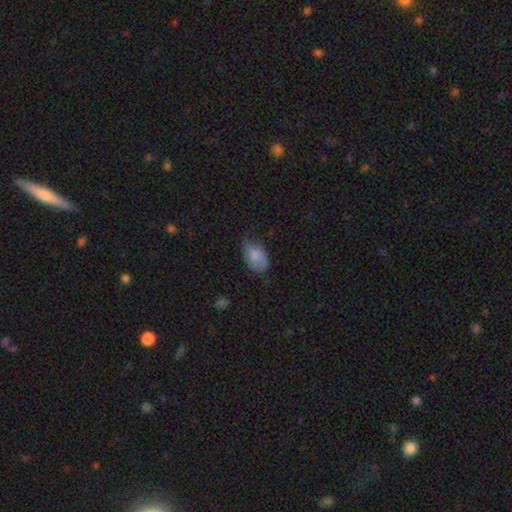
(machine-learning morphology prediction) Smooth or featured? smooth (75%)
How rounded? in between (88%)
Merging? none (50%)